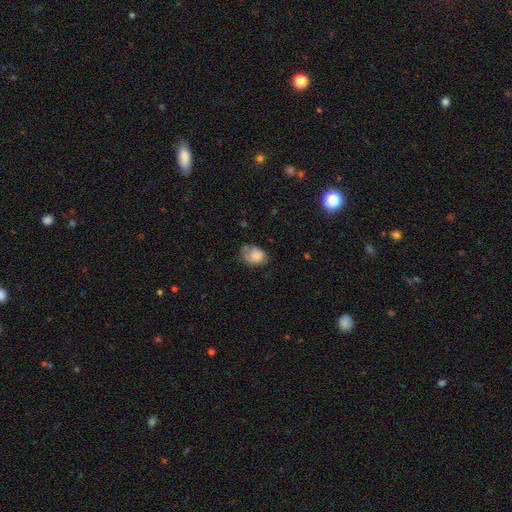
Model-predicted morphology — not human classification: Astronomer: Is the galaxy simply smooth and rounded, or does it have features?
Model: smooth — 73%.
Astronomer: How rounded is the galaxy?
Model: in between — 69%.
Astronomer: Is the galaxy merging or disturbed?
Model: none — 42% (runner-up: minor disturbance, 35%).